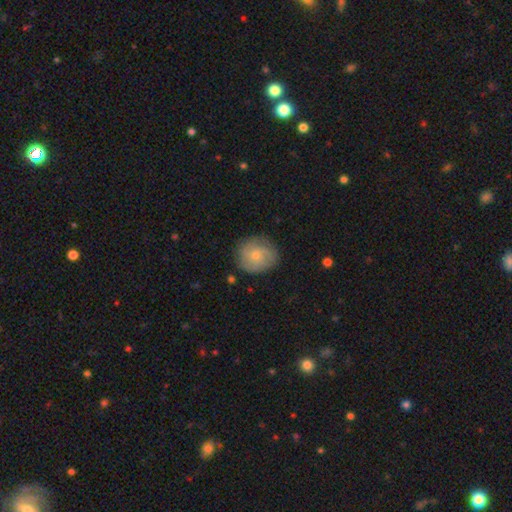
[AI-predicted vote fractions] The model was most divided on "smooth or featured": smooth: 53%, featured or disk: 40%, star or artifact: 7%. More confident: how rounded — round (82%); merging — none (77%).